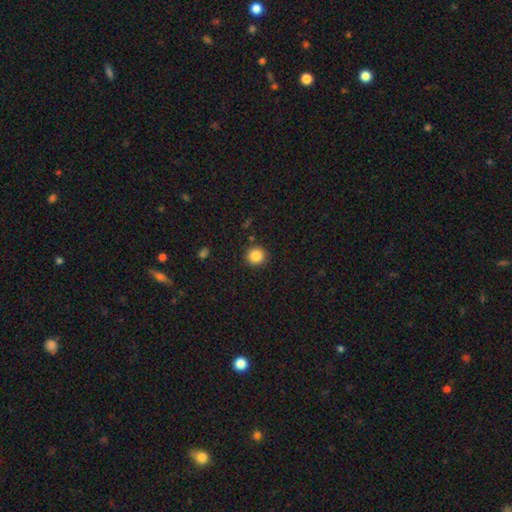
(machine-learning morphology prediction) smooth 86%, star or artifact 10%, featured or disk 4%. Down the decision tree: how rounded — round (93%); merging — none (90%).